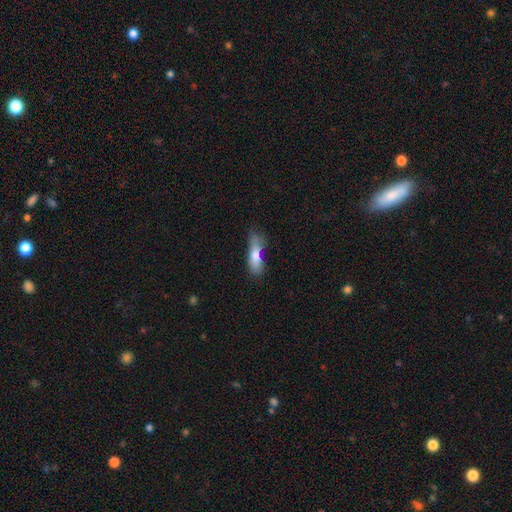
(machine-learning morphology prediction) This is likely a smooth galaxy (76%). How rounded: possibly cigar-shaped (52%). Merging: marginally none (43%).